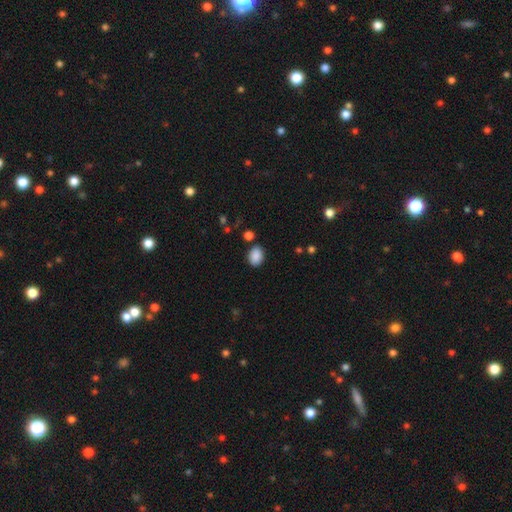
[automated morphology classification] Q: Smooth or featured?
A: smooth (88%); runner-up: star or artifact (8%)
Q: How rounded?
A: in between (66%); runner-up: round (33%)
Q: Merging?
A: none (82%); runner-up: minor disturbance (11%)